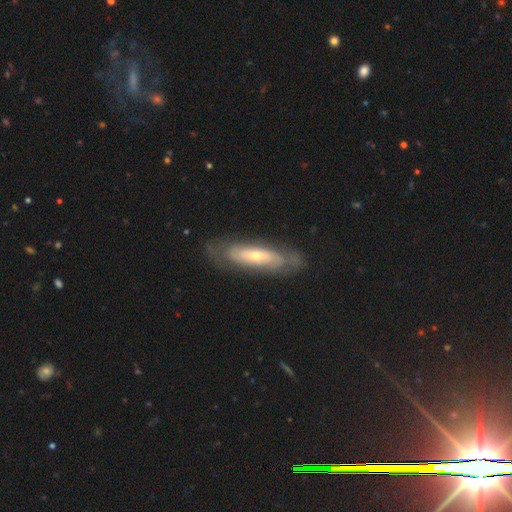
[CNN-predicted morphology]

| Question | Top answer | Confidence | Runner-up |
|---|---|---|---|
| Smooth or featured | featured or disk | 64% | smooth (30%) |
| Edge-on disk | no | 73% | yes (27%) |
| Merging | none | 73% | minor disturbance (18%) |